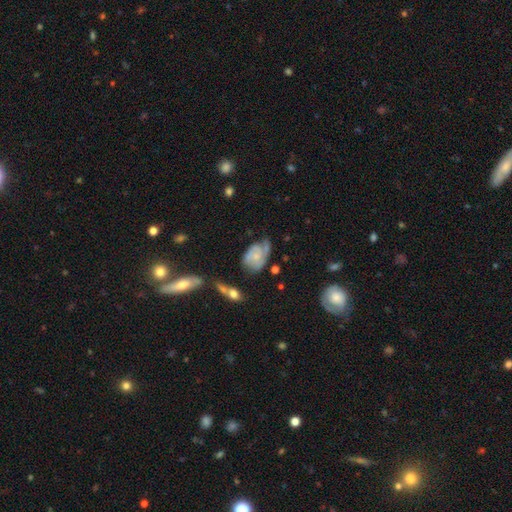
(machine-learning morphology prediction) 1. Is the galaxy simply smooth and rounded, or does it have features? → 67% featured or disk, 26% smooth, 7% star or artifact.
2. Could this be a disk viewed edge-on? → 96% no, 4% yes.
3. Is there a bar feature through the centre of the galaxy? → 70% no, 27% weak, 4% strong.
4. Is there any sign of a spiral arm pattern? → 88% yes, 12% no.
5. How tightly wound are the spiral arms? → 47% tight, 37% medium, 16% loose.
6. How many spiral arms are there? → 46% 2, 22% can't tell, 19% 1, 9% 3, 2% 4, 2% more than 4.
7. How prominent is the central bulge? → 53% small, 25% moderate, 18% none, 3% large, 1% dominant.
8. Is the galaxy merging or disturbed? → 44% none, 31% minor disturbance, 20% major disturbance, 5% merger.